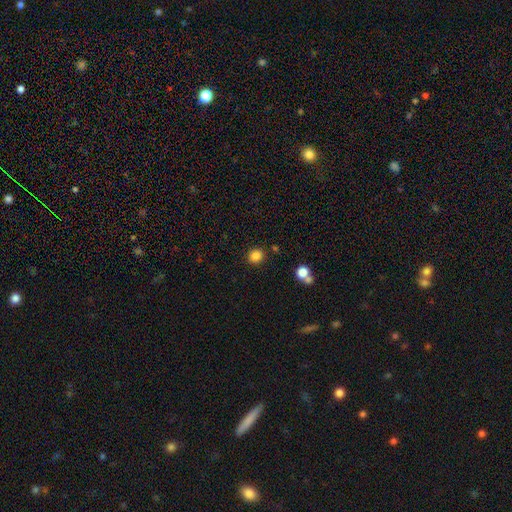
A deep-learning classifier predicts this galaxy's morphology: smooth_or_featured: smooth (p=0.85) [alt: star or artifact p=0.12]
how_rounded: round (p=0.86) [alt: in between p=0.13]
merging: none (p=0.86) [alt: minor disturbance p=0.07]